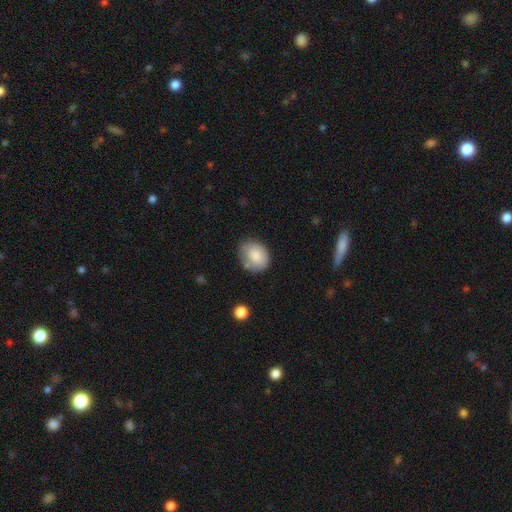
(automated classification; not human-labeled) Overall: smooth (81%). How rounded: in between (50%; round 49%). Merging: none (64%; minor disturbance 24%).